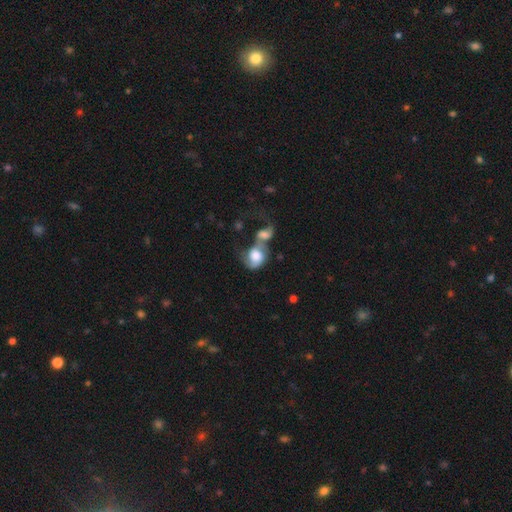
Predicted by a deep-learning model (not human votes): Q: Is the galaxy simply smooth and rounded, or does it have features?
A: smooth — 49%.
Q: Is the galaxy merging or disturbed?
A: merger — 70%.